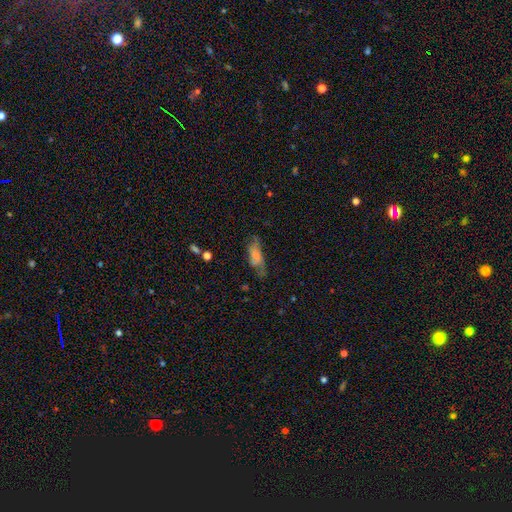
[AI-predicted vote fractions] A smooth galaxy with no disk features (65%) that is in between round and cigar-shaped (71%).

Vote fractions:
- Smooth or featured? smooth: 65% / featured or disk: 26% / star or artifact: 9%
- How rounded? in between: 71% / cigar-shaped: 26% / round: 3%
- Merging? none: 44% / minor disturbance: 31% / major disturbance: 20% / merger: 4%